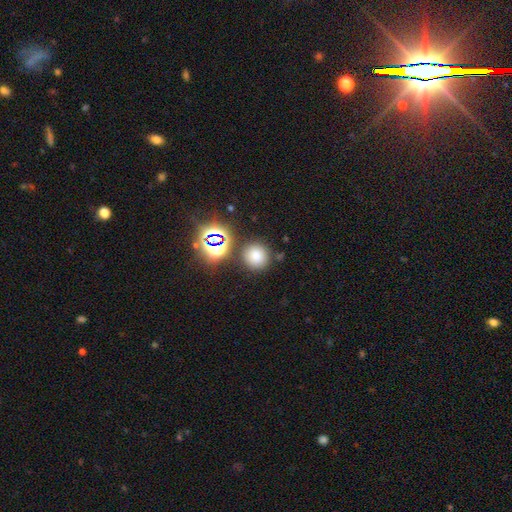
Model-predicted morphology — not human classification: Smooth or featured? smooth (73%)
How rounded? round (90%)
Merging? none (82%)